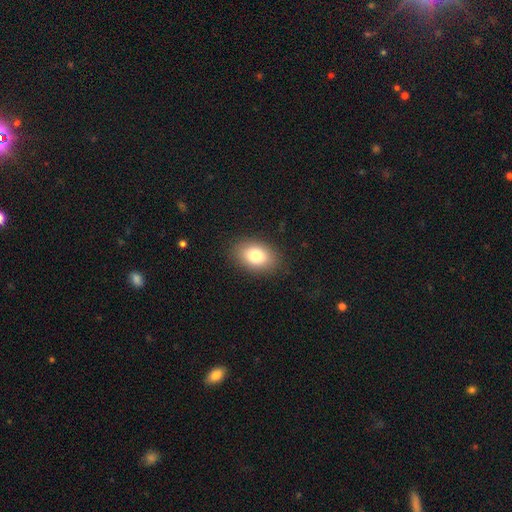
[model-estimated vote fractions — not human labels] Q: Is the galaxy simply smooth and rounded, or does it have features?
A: smooth — 79%.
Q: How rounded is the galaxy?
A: in between — 82%.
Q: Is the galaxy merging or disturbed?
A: none — 87%.